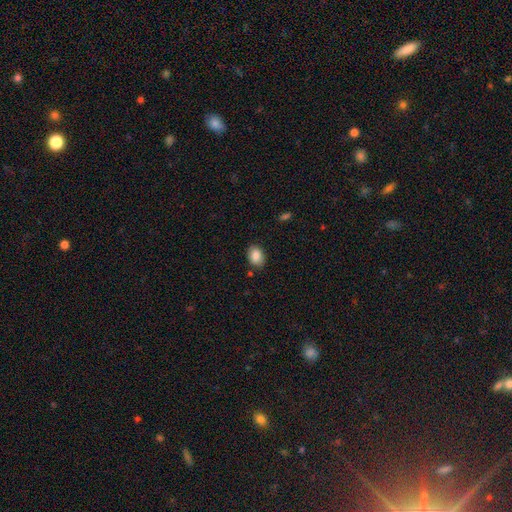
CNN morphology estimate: Smooth or featured: smooth — 87% (star or artifact — 8%)
How rounded: in between — 78% (round — 21%)
Merging: none — 84% (minor disturbance — 11%)